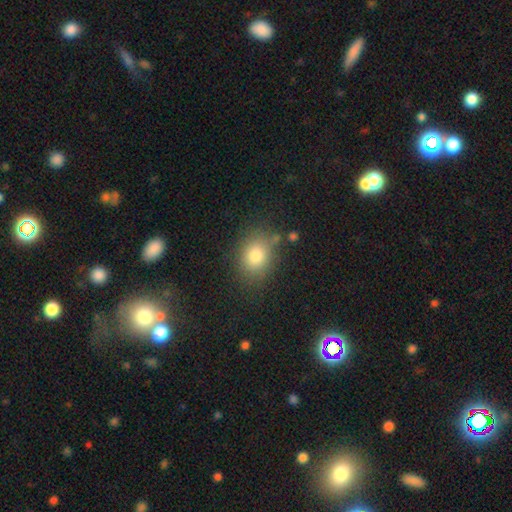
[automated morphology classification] smooth 79%, star or artifact 12%, featured or disk 9%. Down the decision tree: how rounded — round (50%); merging — none (77%).